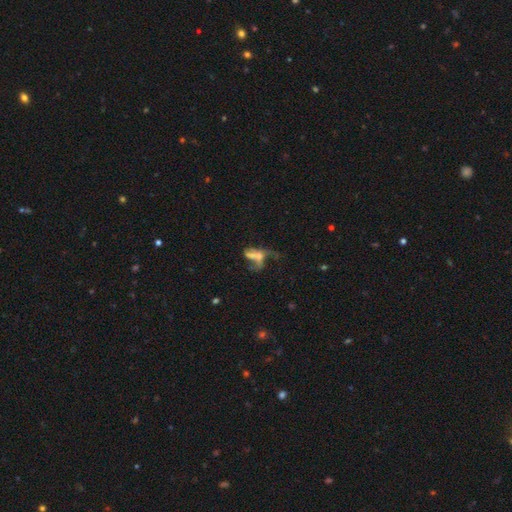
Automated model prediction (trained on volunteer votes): Smooth or featured: featured or disk — 48% (smooth — 32%)
Merging: major disturbance — 36% (merger — 34%)